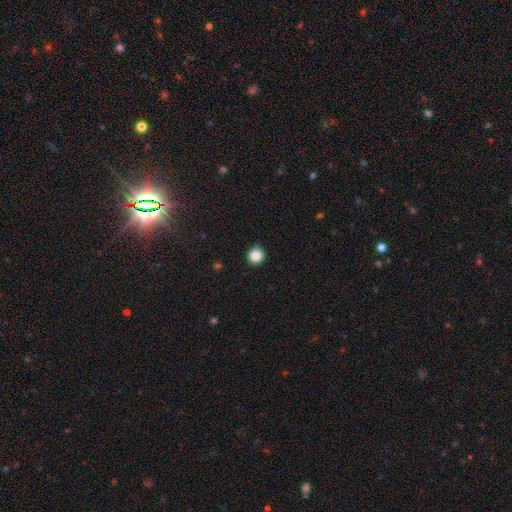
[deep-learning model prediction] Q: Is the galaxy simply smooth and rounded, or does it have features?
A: smooth — 86%.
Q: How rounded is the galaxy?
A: round — 94%.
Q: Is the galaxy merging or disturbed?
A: none — 91%.